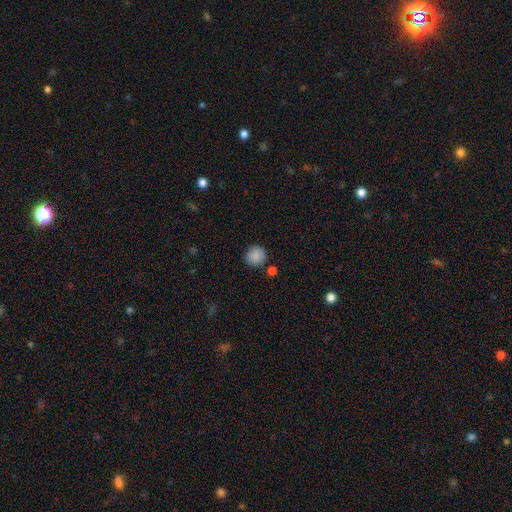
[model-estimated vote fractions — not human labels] Overall: smooth (88%). How rounded: round (91%). Merging: none (83%).